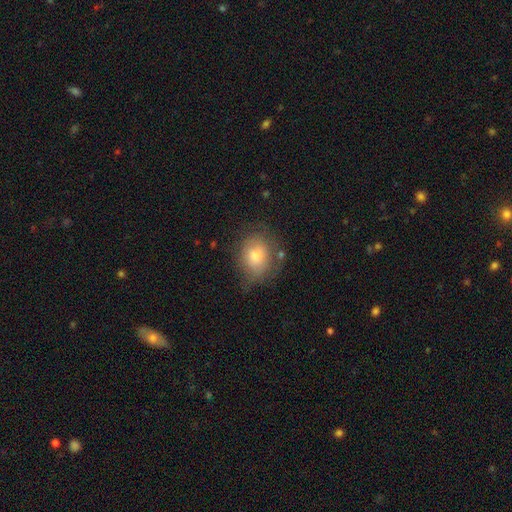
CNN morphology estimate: Smooth or featured: smooth — 74% (featured or disk — 17%)
How rounded: round — 54% (in between — 45%)
Merging: none — 61% (minor disturbance — 27%)